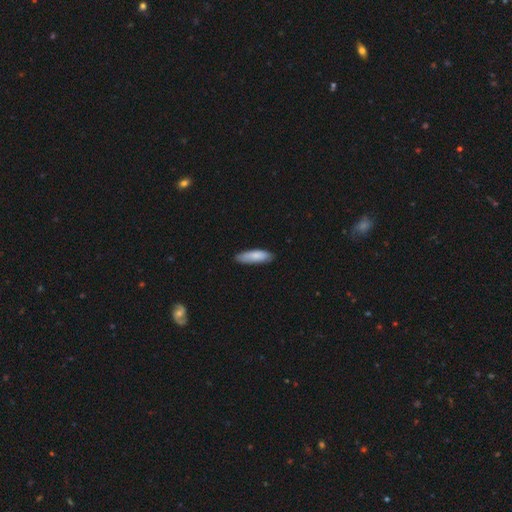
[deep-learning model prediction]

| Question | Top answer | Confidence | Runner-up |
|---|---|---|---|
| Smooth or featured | smooth | 82% | featured or disk (13%) |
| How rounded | cigar-shaped | 54% | in between (44%) |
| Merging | none | 81% | minor disturbance (15%) |